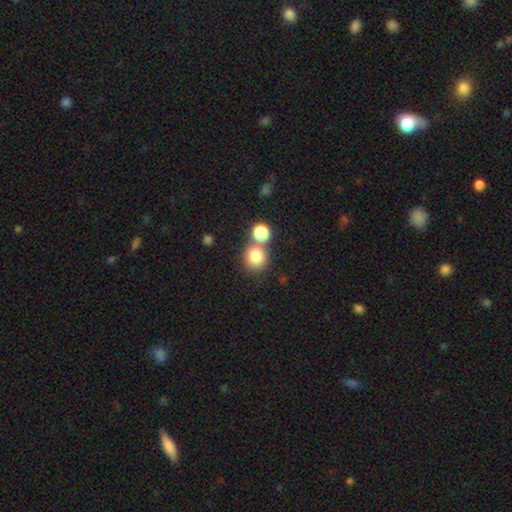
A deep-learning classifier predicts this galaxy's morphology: Smooth or featured? smooth (81%)
How rounded? round (87%)
Merging? none (60%)